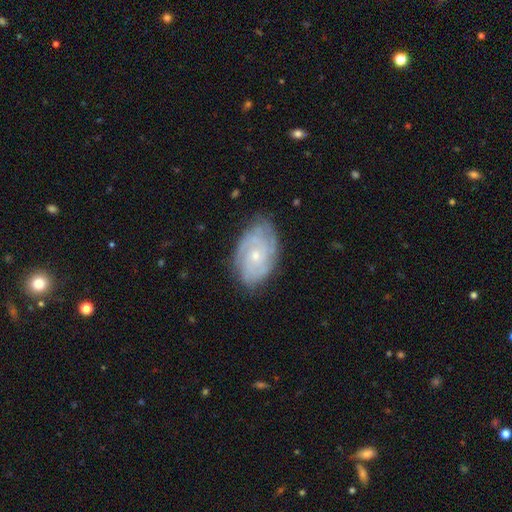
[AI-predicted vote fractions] Smooth or featured? Predicted: featured or disk (p=0.78). Edge-on disk? Predicted: no (p=0.96). Bar? Predicted: no (p=0.78). Spiral arms? Predicted: yes (p=0.93). Spiral winding? Predicted: tight (p=0.69). Spiral arm count? Predicted: can't tell (p=0.38). Bulge size? Predicted: small (p=0.68). Merging? Predicted: none (p=0.75).